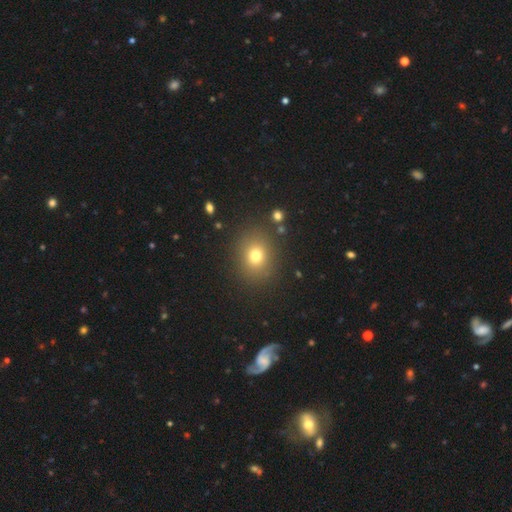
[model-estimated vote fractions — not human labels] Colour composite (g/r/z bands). It shows a smooth galaxy with no disk features (74%) that is round (69%). Merging: none (86%).